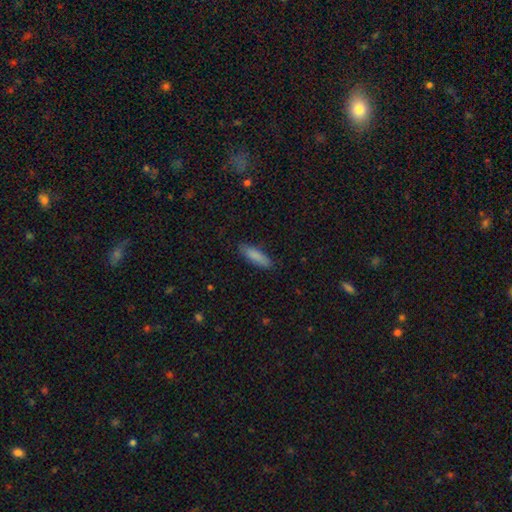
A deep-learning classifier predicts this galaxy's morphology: Q: Smooth or featured?
A: smooth (86%); runner-up: featured or disk (8%)
Q: How rounded?
A: cigar-shaped (51%); runner-up: in between (47%)
Q: Merging?
A: none (83%); runner-up: minor disturbance (13%)